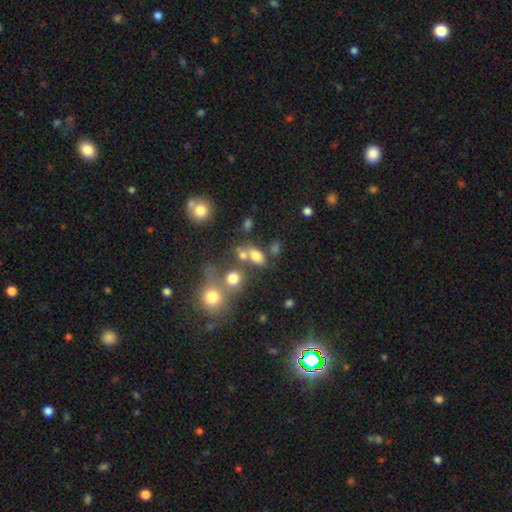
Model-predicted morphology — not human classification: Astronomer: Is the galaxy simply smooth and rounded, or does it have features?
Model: smooth — 73%.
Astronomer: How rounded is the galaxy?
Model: in between — 77%.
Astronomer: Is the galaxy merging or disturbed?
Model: none — 47% (runner-up: merger, 31%).